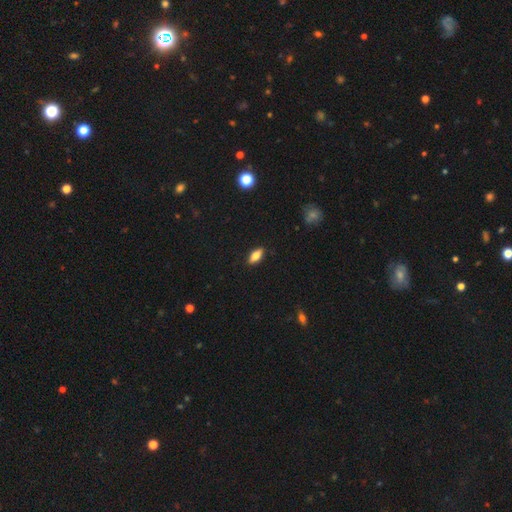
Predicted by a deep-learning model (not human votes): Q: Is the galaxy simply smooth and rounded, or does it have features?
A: smooth — 70%.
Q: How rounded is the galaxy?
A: in between — 79%.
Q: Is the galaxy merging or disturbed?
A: none — 88%.